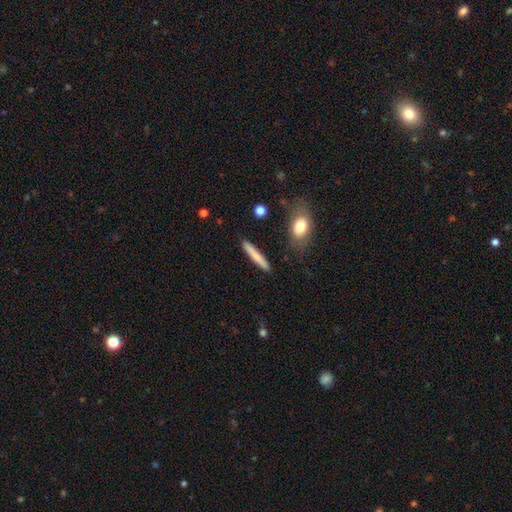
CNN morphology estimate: smooth_or_featured: smooth (p=0.73) [alt: featured or disk p=0.21]
how_rounded: cigar-shaped (p=0.93) [alt: in between p=0.05]
merging: none (p=0.89) [alt: minor disturbance p=0.08]